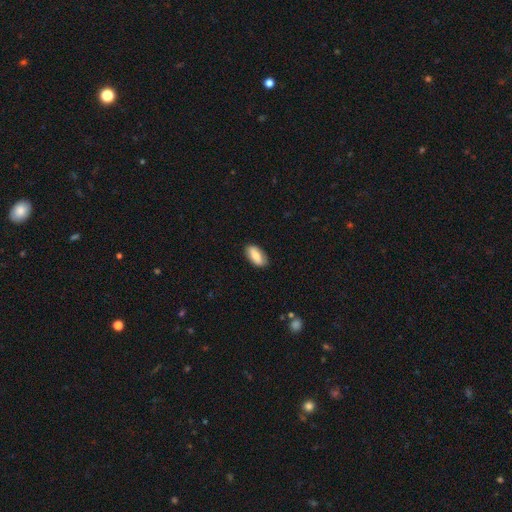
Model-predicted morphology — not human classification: Smooth or featured? smooth (73%)
How rounded? in between (88%)
Merging? none (86%)